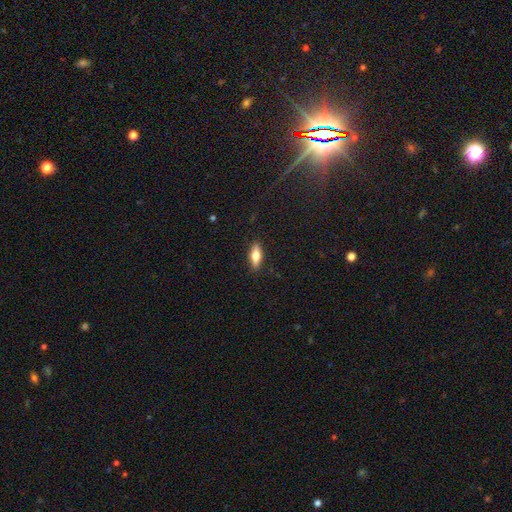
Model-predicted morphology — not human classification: smooth 67%, featured or disk 27%, star or artifact 7%. Down the decision tree: how rounded — in between (63%); merging — none (89%).